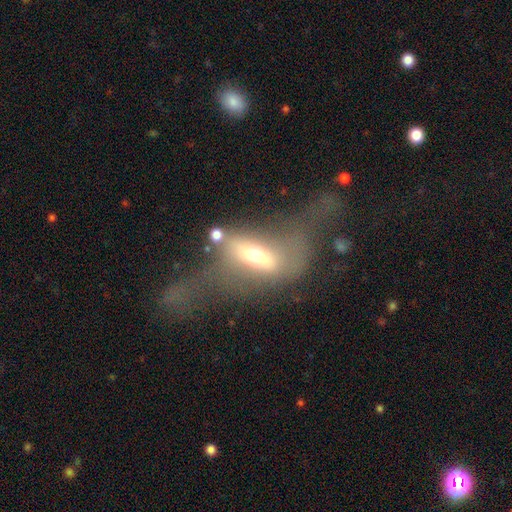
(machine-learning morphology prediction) A featured or disk galaxy (59%). Merging: major disturbance (54%).